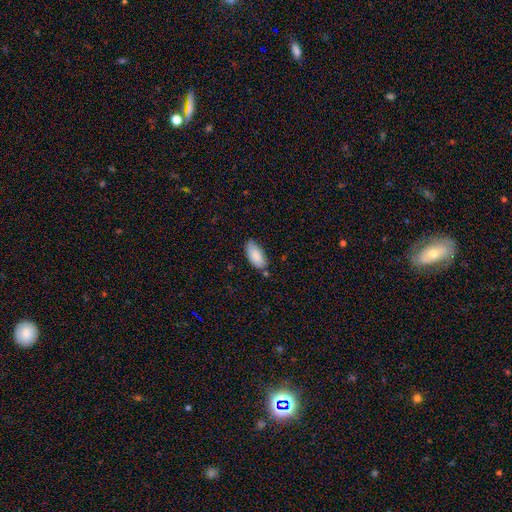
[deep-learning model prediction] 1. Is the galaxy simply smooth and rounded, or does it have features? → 88% smooth, 6% featured or disk, 6% star or artifact.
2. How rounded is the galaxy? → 92% in between, 7% cigar-shaped, 2% round.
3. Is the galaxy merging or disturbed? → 72% none, 21% minor disturbance, 4% merger, 3% major disturbance.